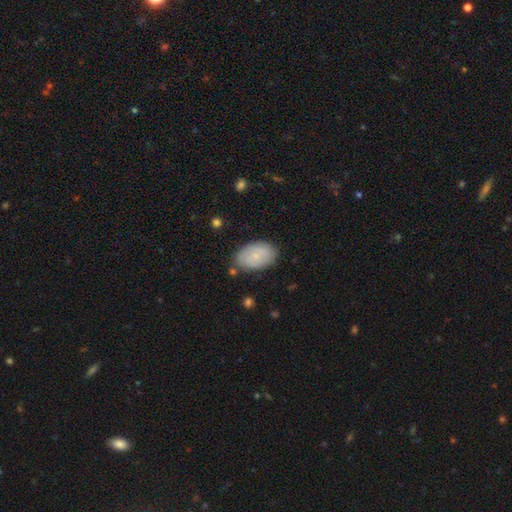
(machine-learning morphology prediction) This is likely a smooth galaxy (77%). How rounded: clearly in between (92%). Merging: clearly none (81%).